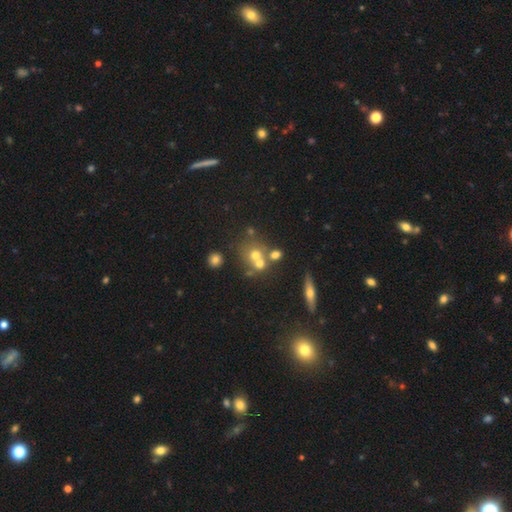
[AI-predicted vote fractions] Q: Smooth or featured?
A: smooth (56%); runner-up: featured or disk (25%)
Q: How rounded?
A: round (80%); runner-up: in between (19%)
Q: Merging?
A: none (43%); tied with: merger (43%)